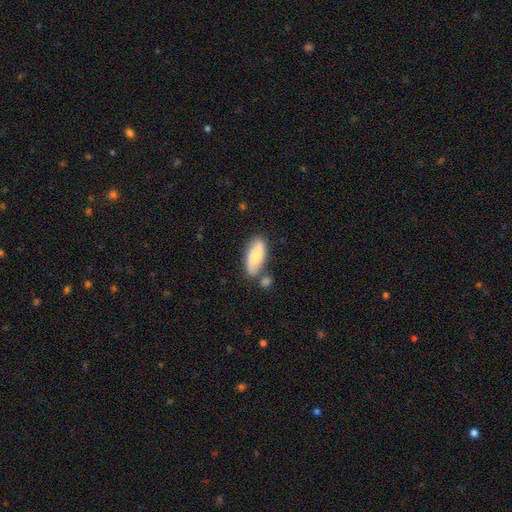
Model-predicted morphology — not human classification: smooth-or-featured: smooth: 71% | featured or disk: 23% | star or artifact: 6%
  how-rounded: in between: 82% | cigar-shaped: 15% | round: 3%
  merging: none: 63% | minor disturbance: 18% | merger: 15% | major disturbance: 4%